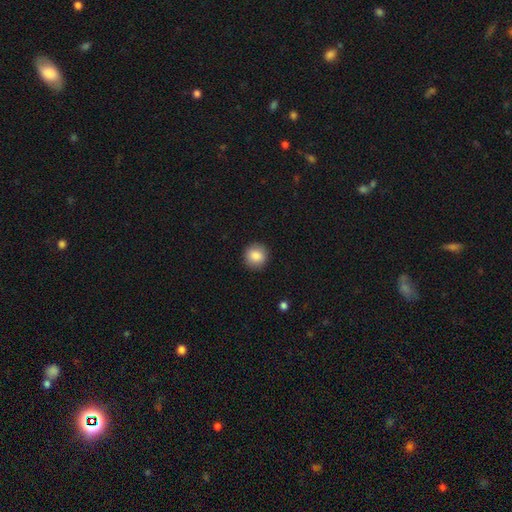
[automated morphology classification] A smooth galaxy with no disk features (86%) that is round (92%).

Vote fractions:
- Smooth or featured? smooth: 86% / star or artifact: 8% / featured or disk: 5%
- How rounded? round: 92% / in between: 7% / cigar-shaped: 1%
- Merging? none: 91% / minor disturbance: 6% / major disturbance: 2% / merger: 1%